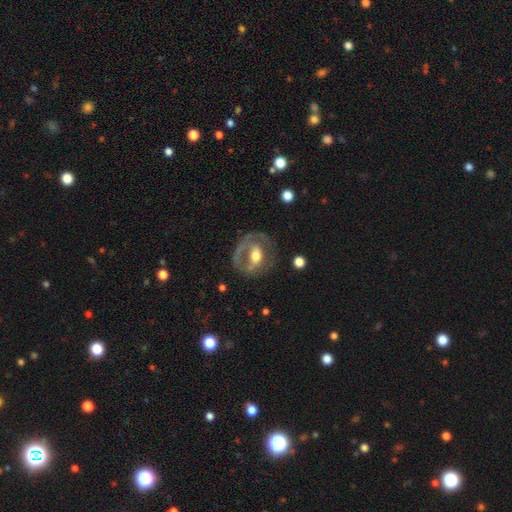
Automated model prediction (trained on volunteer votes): Smooth or featured? featured or disk (62%)
Edge-on disk? no (94%)
Bar? no (47%)
Spiral arms? no (64%)
Bulge size? moderate (68%)
Merging? none (51%)